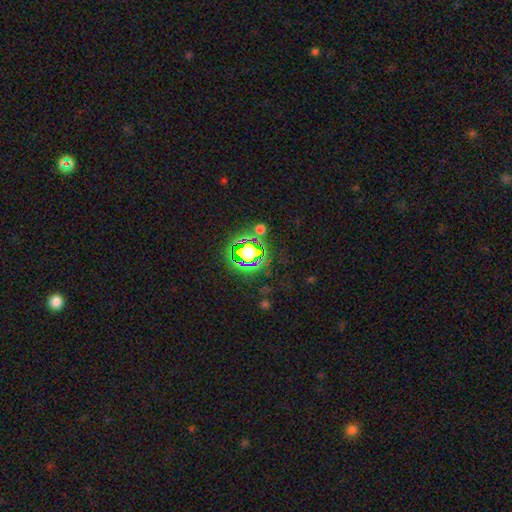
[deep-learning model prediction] Smooth or featured? star or artifact (77%)